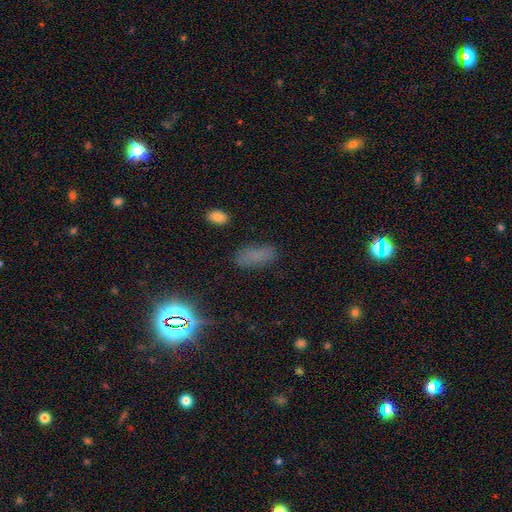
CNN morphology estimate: Smooth or featured: smooth — 67% (star or artifact — 24%)
How rounded: in between — 77% (cigar-shaped — 19%)
Merging: none — 79% (minor disturbance — 14%)